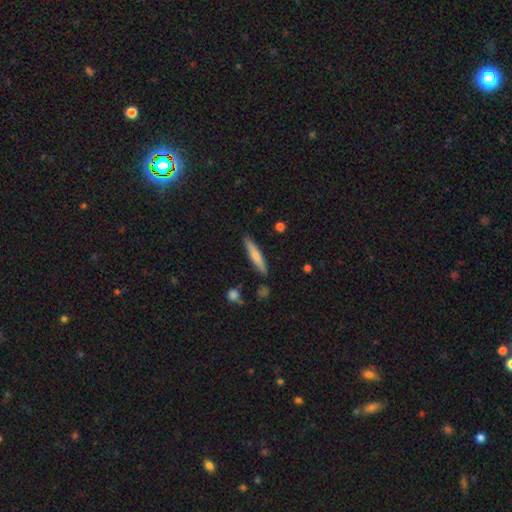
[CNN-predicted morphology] Q: Smooth or featured?
A: smooth (69%); runner-up: featured or disk (25%)
Q: How rounded?
A: cigar-shaped (88%); runner-up: in between (11%)
Q: Merging?
A: none (85%); runner-up: minor disturbance (10%)